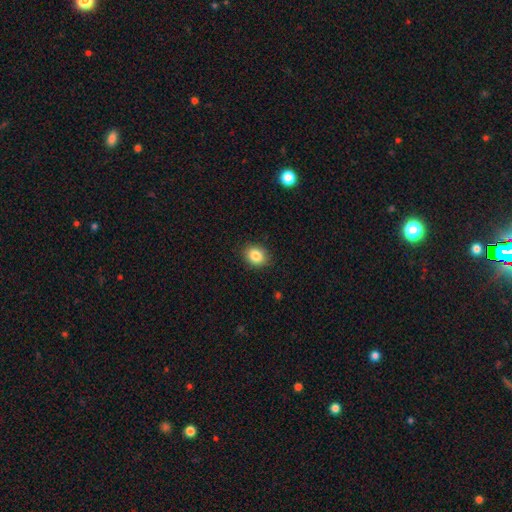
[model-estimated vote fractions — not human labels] Smooth or featured: smooth — 85% (star or artifact — 9%)
How rounded: round — 55% (in between — 45%)
Merging: none — 88% (minor disturbance — 9%)